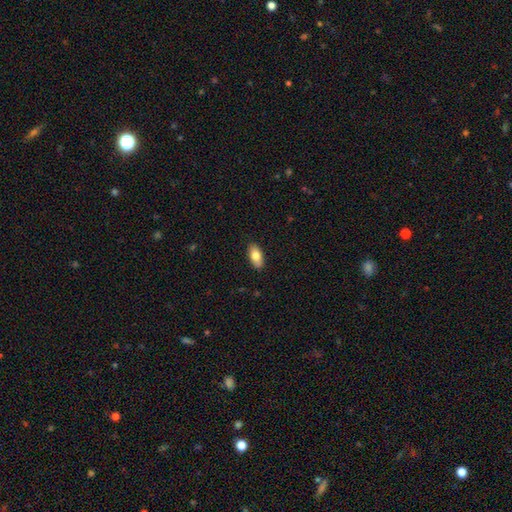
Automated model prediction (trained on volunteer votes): The model was most divided on "smooth or featured": smooth: 78%, featured or disk: 16%, star or artifact: 6%. More confident: how rounded — in between (90%); merging — none (89%).